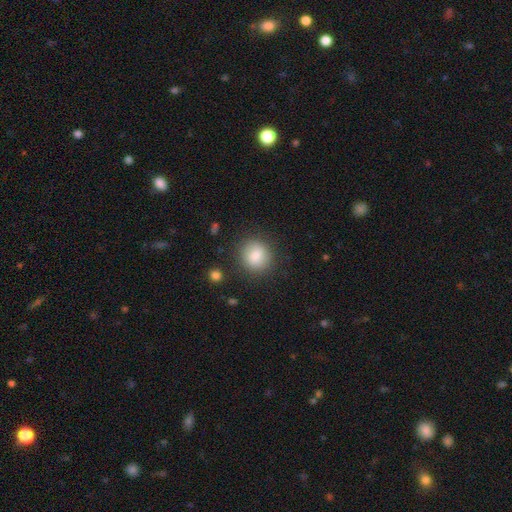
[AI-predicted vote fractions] A smooth galaxy with no disk features (84%) that is round (83%). Merging: none (83%).